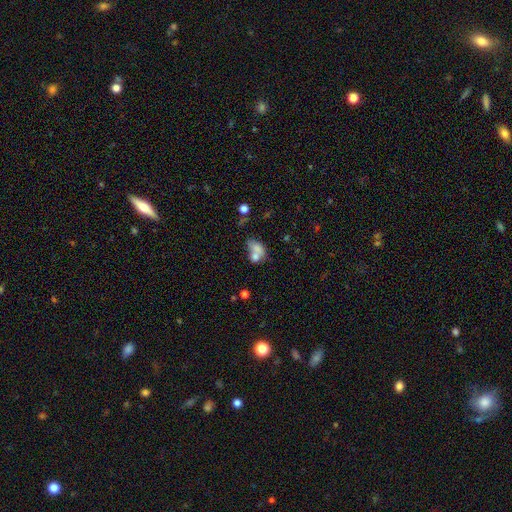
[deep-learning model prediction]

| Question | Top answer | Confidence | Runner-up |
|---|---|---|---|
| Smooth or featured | smooth | 70% | featured or disk (19%) |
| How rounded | in between | 70% | round (28%) |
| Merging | merger | 58% | none (20%) |